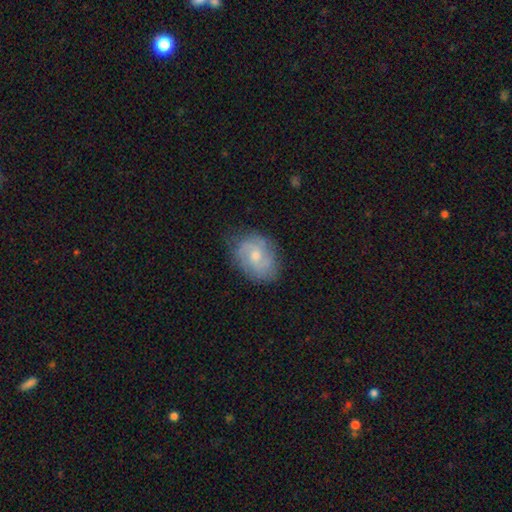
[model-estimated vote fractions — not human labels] This appears to be a featured or disk galaxy (66%) with no bar (62%), 2 (53%) medium (44%) spiral arms (89%) and a moderate central bulge (50%). Merging: none (75%).